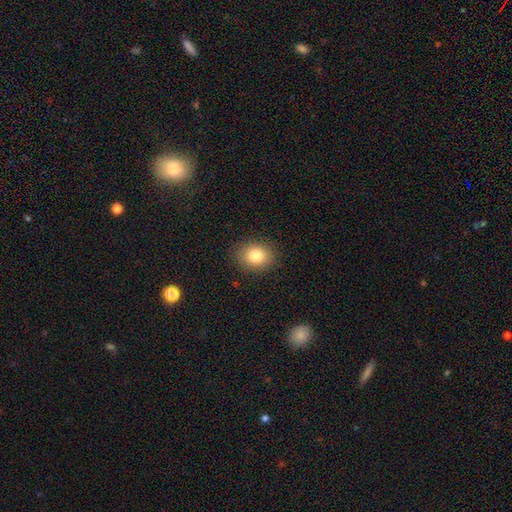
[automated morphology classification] Q: Smooth or featured?
A: smooth (82%); runner-up: star or artifact (10%)
Q: How rounded?
A: round (55%); runner-up: in between (44%)
Q: Merging?
A: none (89%); runner-up: minor disturbance (8%)